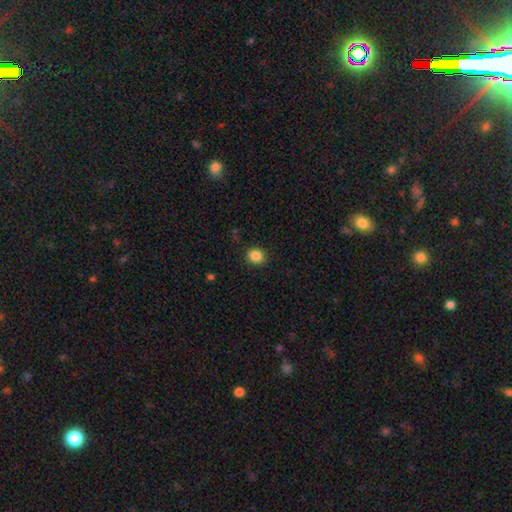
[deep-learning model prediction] This appears to be a smooth galaxy with no disk features (86%) that is round (72%). Merging: none (88%).